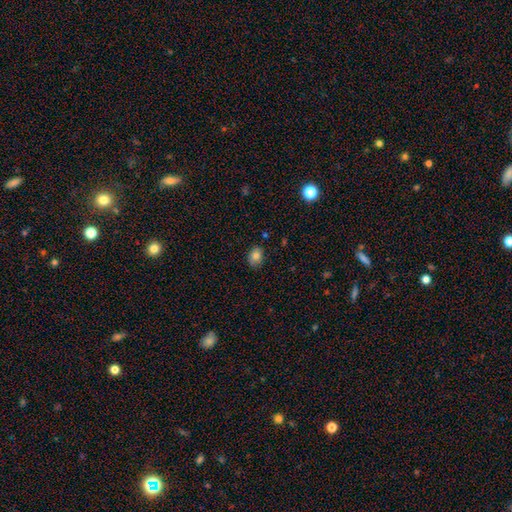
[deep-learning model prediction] A smooth galaxy with no disk features (82%) that is in between round and cigar-shaped (68%). Merging: none (80%).